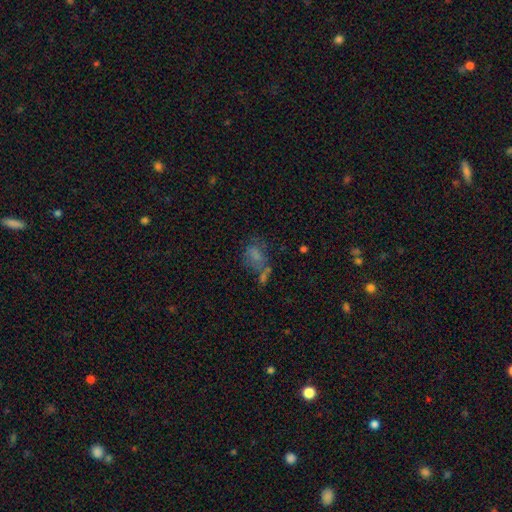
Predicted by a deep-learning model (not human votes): This appears to be a smooth galaxy with no disk features (57%) that is in between round and cigar-shaped (73%). Merging: none (33%).